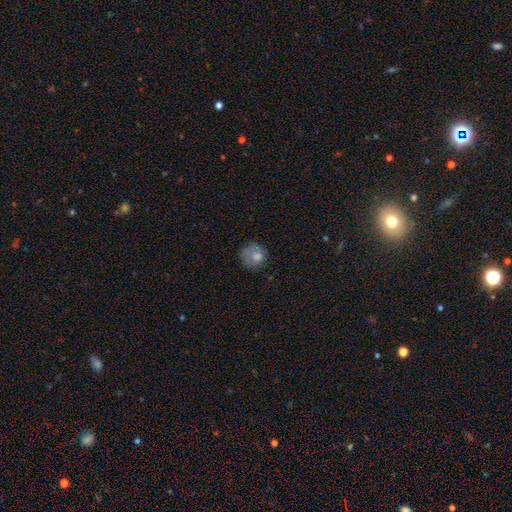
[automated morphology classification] This is likely a smooth galaxy (73%). How rounded: clearly round (82%). Merging: possibly none (55%).